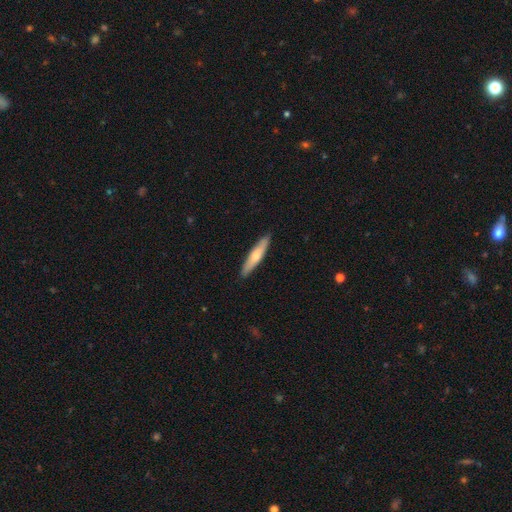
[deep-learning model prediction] smooth 58%, featured or disk 37%, star or artifact 5%. Down the decision tree: how rounded — cigar-shaped (85%); merging — none (90%).